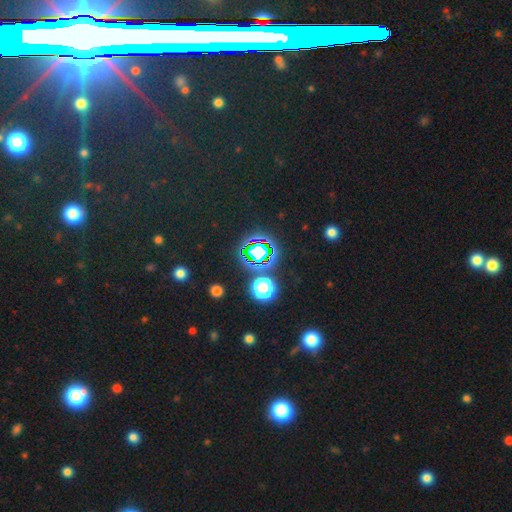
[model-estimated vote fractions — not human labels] Smooth or featured? star or artifact (70%)